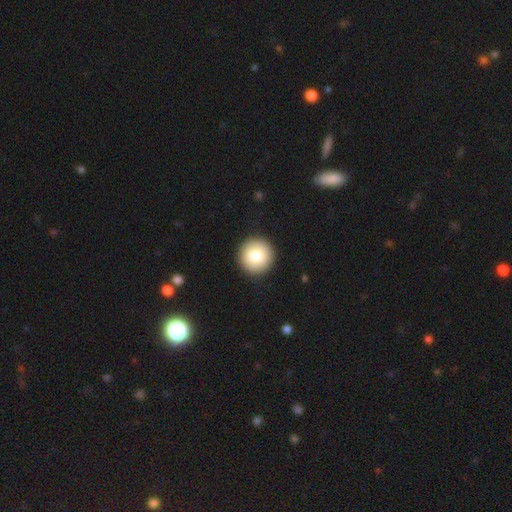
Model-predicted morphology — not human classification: Smooth or featured?
  - smooth: 83% *
  - featured or disk: 9%
  - star or artifact: 7%
How rounded?
  - round: 96% *
  - in between: 3%
  - cigar-shaped: 1%
Merging?
  - none: 93% *
  - minor disturbance: 5%
  - major disturbance: 2%
  - merger: 1%